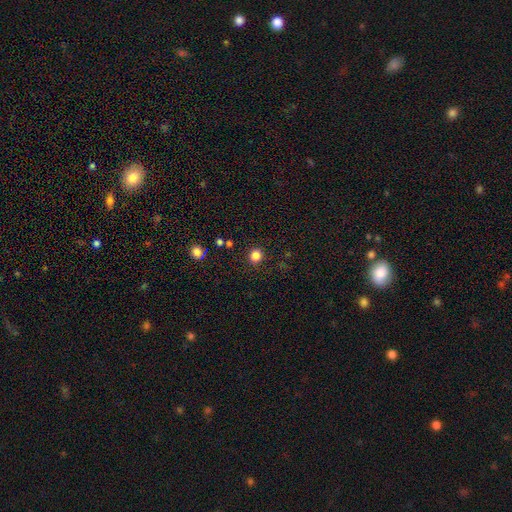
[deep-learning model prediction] A smooth galaxy with no disk features (83%) that is round (91%). Merging: none (90%).